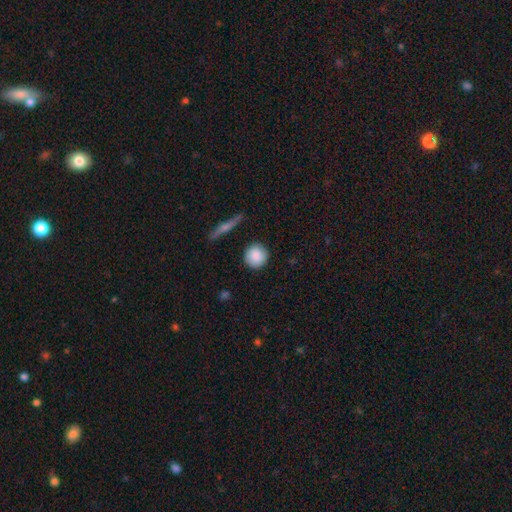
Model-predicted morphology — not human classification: smooth-or-featured: smooth: 87% | star or artifact: 7% | featured or disk: 6%
  how-rounded: round: 91% | in between: 7% | cigar-shaped: 2%
  merging: none: 87% | minor disturbance: 9% | major disturbance: 2% | merger: 2%